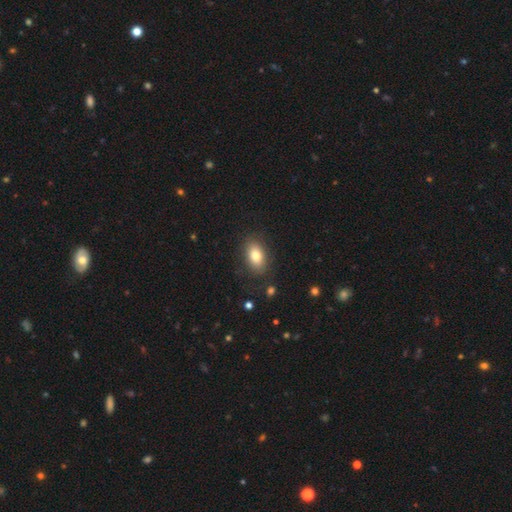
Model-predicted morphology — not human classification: Smooth or featured? smooth (80%)
How rounded? in between (88%)
Merging? none (84%)